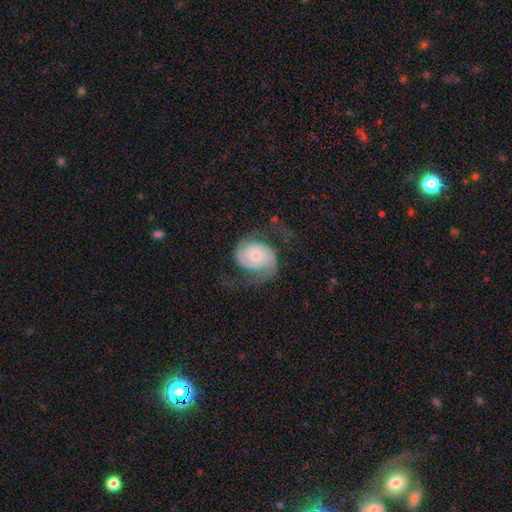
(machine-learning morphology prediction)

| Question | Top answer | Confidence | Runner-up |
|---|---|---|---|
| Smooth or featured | featured or disk | 78% | smooth (17%) |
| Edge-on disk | no | 97% | yes (3%) |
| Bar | no | 72% | weak (24%) |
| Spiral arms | yes | 93% | no (7%) |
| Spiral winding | medium | 39% | loose (33%) |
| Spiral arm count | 2 | 83% | can't tell (7%) |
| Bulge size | moderate | 50% | small (41%) |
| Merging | none | 53% | major disturbance (26%) |